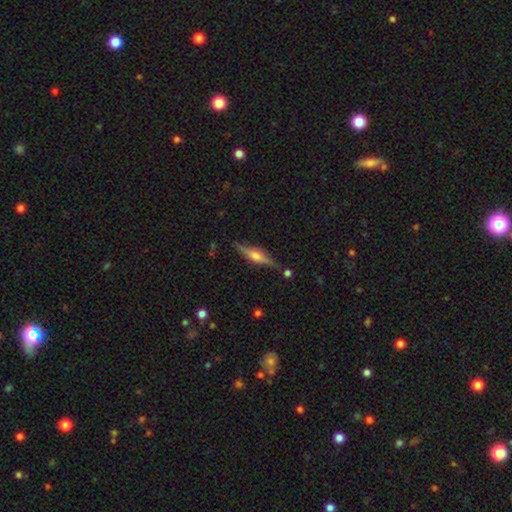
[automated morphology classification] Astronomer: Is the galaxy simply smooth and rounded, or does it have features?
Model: featured or disk — 73%.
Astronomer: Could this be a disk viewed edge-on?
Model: yes — 97%.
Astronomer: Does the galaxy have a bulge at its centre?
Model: rounded — 84%.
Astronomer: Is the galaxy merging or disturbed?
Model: none — 84%.